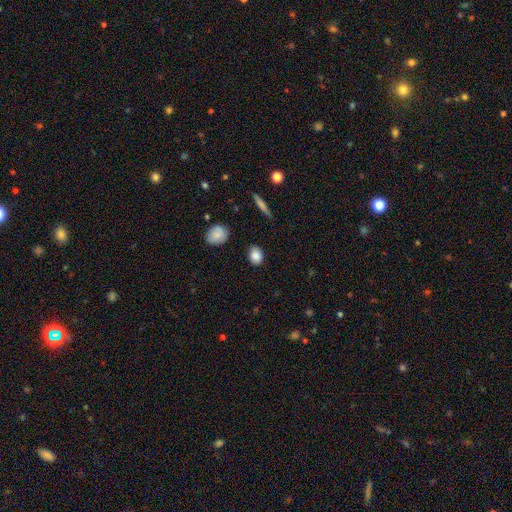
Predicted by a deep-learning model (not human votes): smooth-or-featured: smooth: 86% | star or artifact: 8% | featured or disk: 5%
  how-rounded: in between: 61% | round: 37% | cigar-shaped: 2%
  merging: none: 85% | minor disturbance: 11% | major disturbance: 3% | merger: 2%